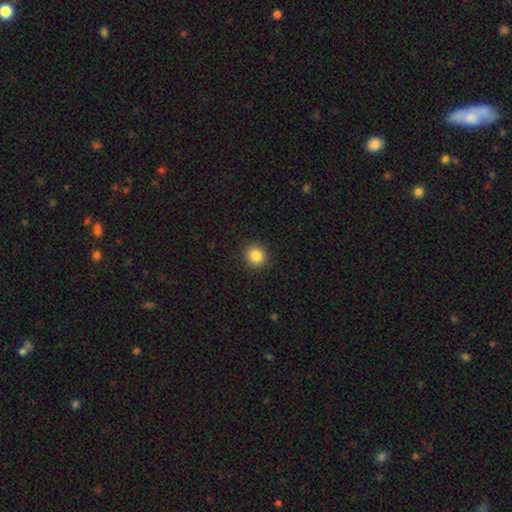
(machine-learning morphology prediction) Overall: smooth (85%). How rounded: round (87%). Merging: none (91%).